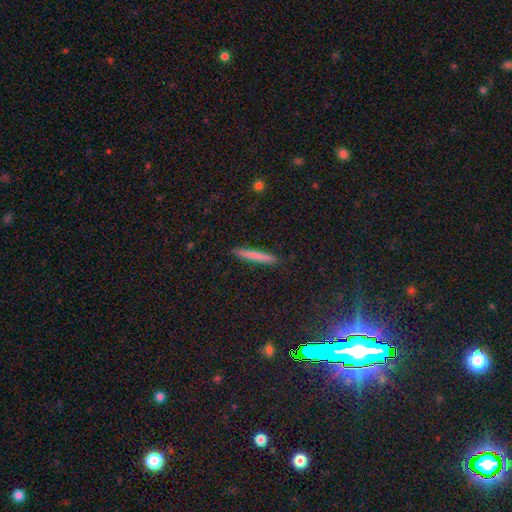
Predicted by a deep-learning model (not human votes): smooth 76%, featured or disk 16%, star or artifact 7%. Down the decision tree: how rounded — cigar-shaped (95%); merging — none (91%).